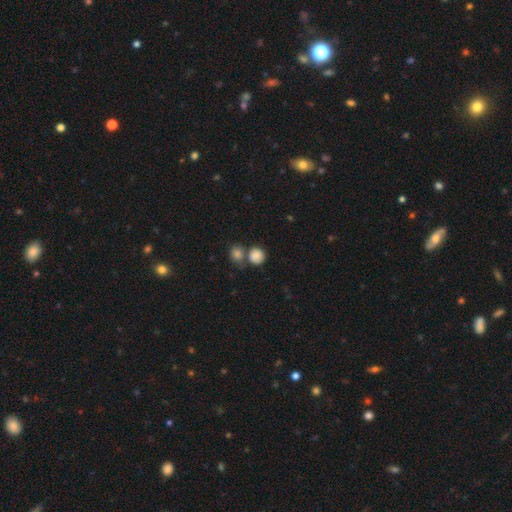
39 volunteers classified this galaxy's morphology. smooth 85%, star or artifact 10%, featured or disk 5%. Down the decision tree: how rounded — round (91%); merging — merger (51%).